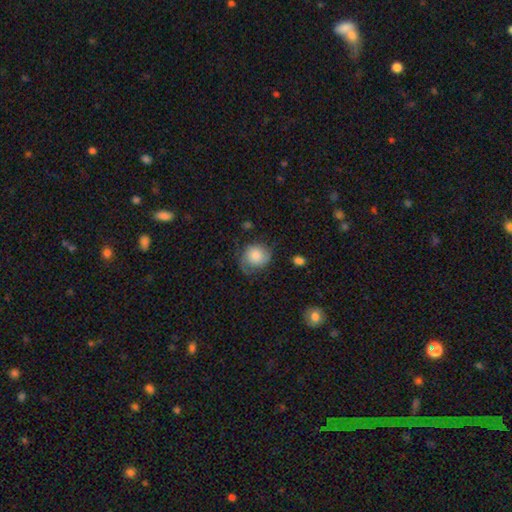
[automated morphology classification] Smooth or featured: smooth — 63% (featured or disk — 29%)
How rounded: round — 73% (in between — 26%)
Merging: none — 52% (minor disturbance — 31%)